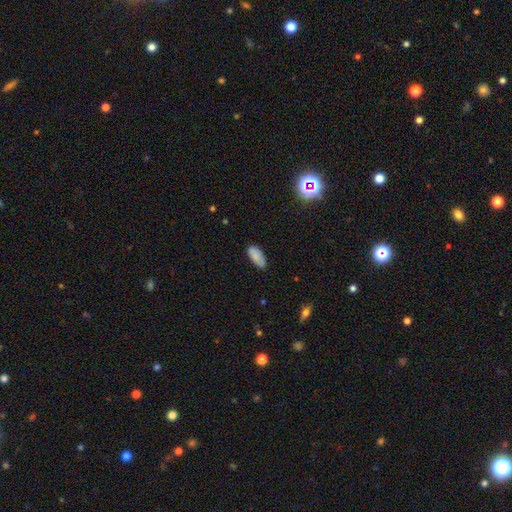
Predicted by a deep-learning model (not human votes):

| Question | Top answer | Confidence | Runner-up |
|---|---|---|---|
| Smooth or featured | smooth | 84% | star or artifact (8%) |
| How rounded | in between | 89% | cigar-shaped (9%) |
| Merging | none | 75% | minor disturbance (20%) |